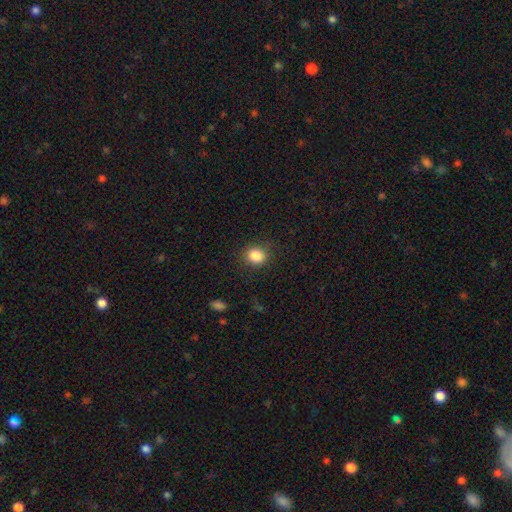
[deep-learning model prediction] Smooth or featured: smooth — 85% (star or artifact — 10%)
How rounded: round — 73% (in between — 26%)
Merging: none — 86% (minor disturbance — 10%)